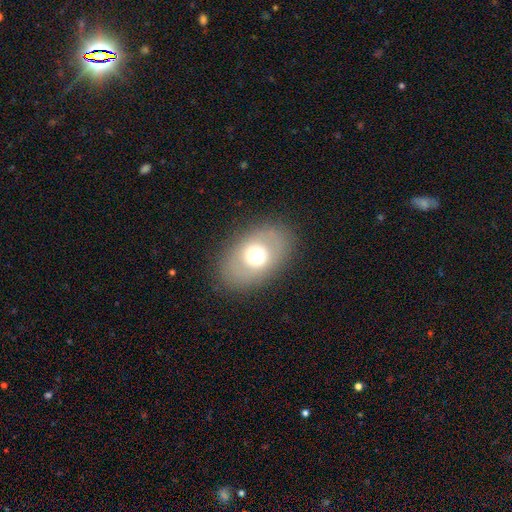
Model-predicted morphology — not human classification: smooth_or_featured: smooth (p=0.57) [alt: featured or disk p=0.33]
how_rounded: in between (p=0.76) [alt: round p=0.23]
merging: none (p=0.83) [alt: minor disturbance p=0.10]